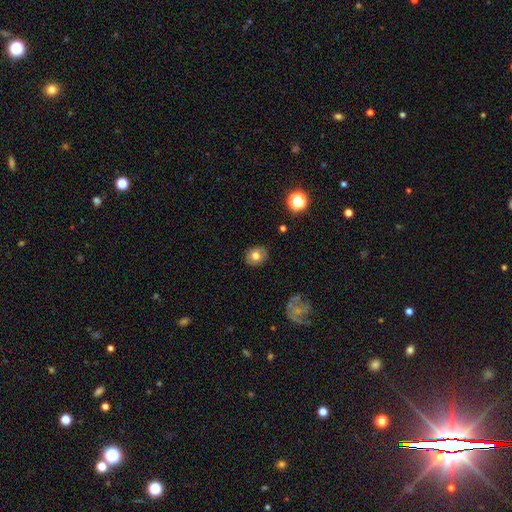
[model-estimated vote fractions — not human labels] A smooth galaxy with no disk features (74%) that is round (64%). Merging: none (86%).